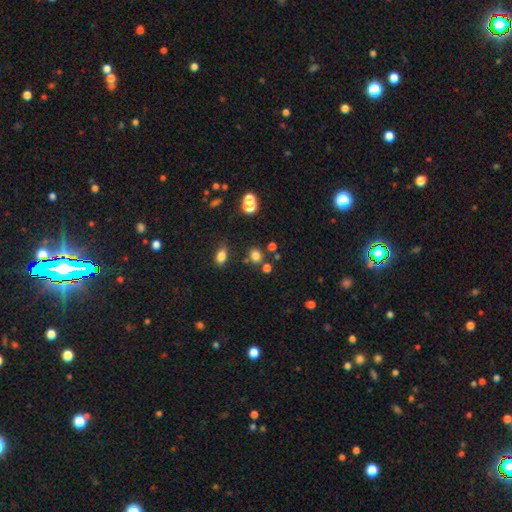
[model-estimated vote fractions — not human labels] Smooth or featured? Predicted: smooth (p=0.76). How rounded? Predicted: round (p=0.68). Merging? Predicted: none (p=0.73).